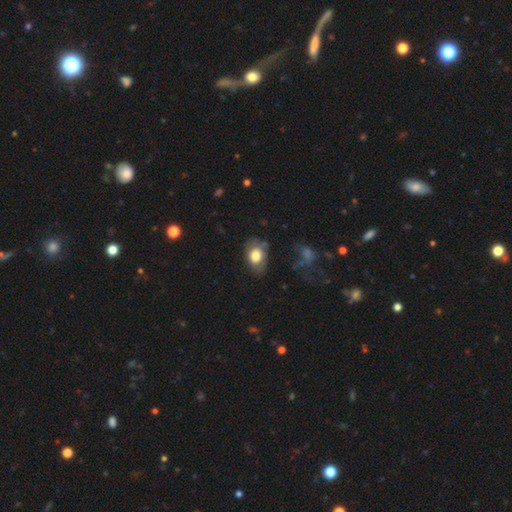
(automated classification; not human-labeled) Smooth or featured? Predicted: smooth (p=0.75). How rounded? Predicted: in between (p=0.79). Merging? Predicted: none (p=0.61).